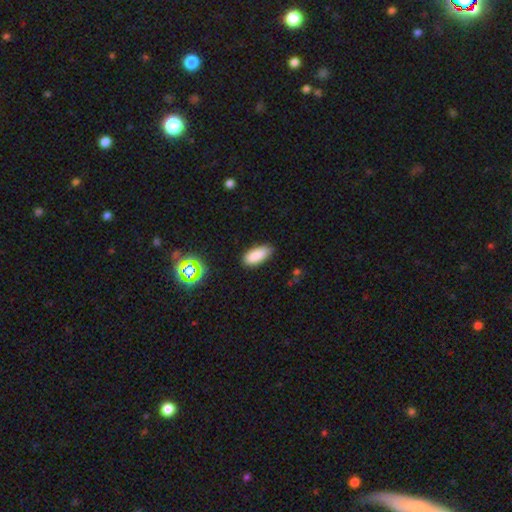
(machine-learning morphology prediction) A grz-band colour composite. It shows a smooth galaxy with no disk features (86%) that is in between round and cigar-shaped (86%). Merging: none (80%).